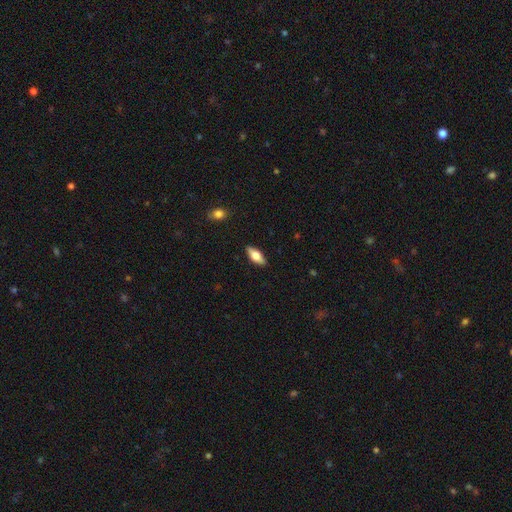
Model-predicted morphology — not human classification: A smooth galaxy with no disk features (63%) that is in between round and cigar-shaped (76%). Merging: none (89%).